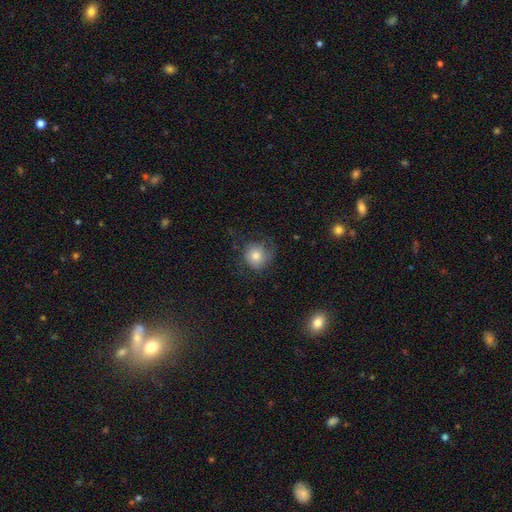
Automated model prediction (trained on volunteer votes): smooth 65%, featured or disk 25%, star or artifact 9%. Down the decision tree: how rounded — round (85%); merging — none (59%).